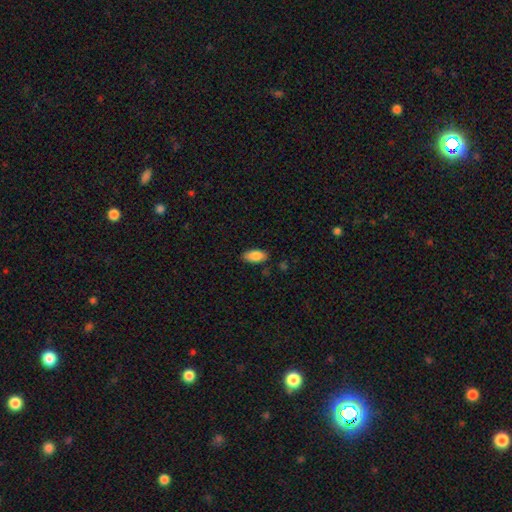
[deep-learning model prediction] A smooth galaxy with no disk features (86%) that is in between round and cigar-shaped (90%).

Vote fractions:
- Smooth or featured? smooth: 86% / featured or disk: 7% / star or artifact: 7%
- How rounded? in between: 90% / cigar-shaped: 8% / round: 2%
- Merging? none: 82% / minor disturbance: 13% / major disturbance: 3% / merger: 2%